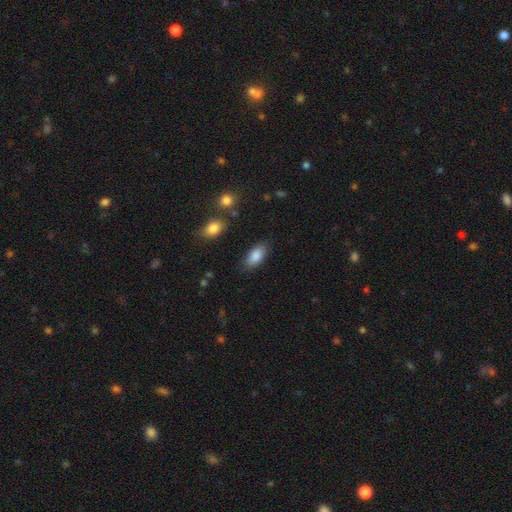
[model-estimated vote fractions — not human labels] Smooth or featured? Predicted: smooth (p=0.87). How rounded? Predicted: in between (p=0.90). Merging? Predicted: none (p=0.82).